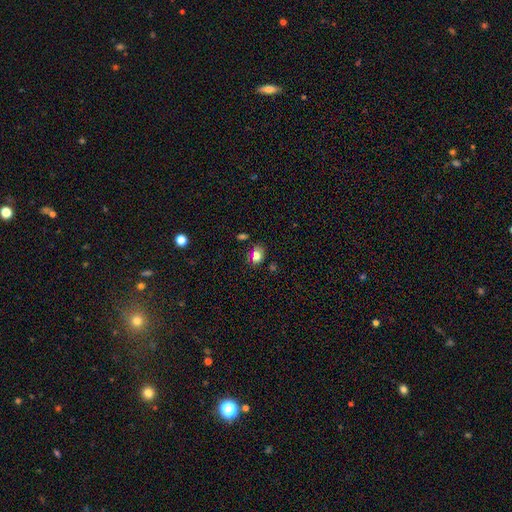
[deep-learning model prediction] The model was most divided on "how rounded": in between: 61%, round: 38%, cigar-shaped: 1%. More confident: merging — none (74%); smooth or featured — smooth (74%).